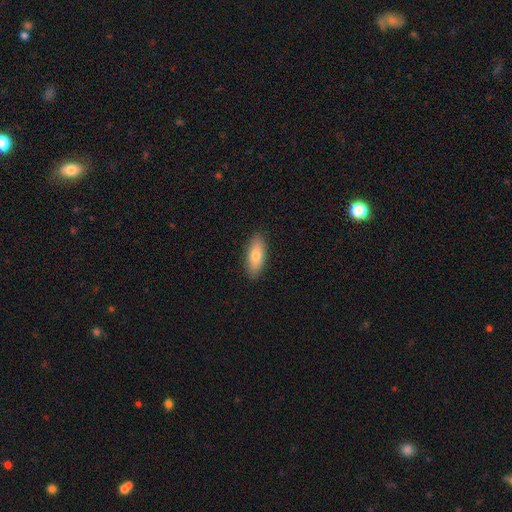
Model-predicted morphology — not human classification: Smooth or featured: smooth — 77% (featured or disk — 16%)
How rounded: in between — 75% (cigar-shaped — 22%)
Merging: none — 90% (minor disturbance — 8%)